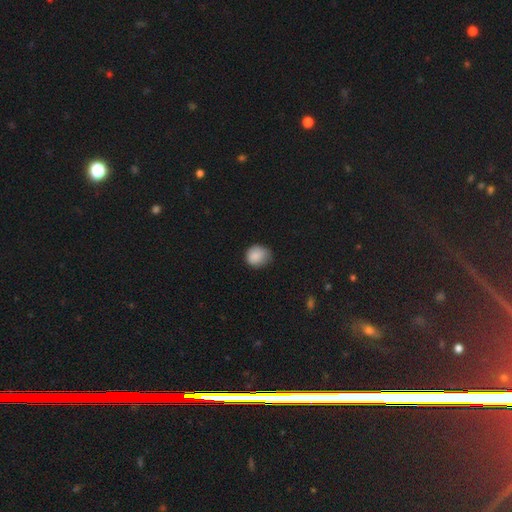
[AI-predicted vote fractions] Smooth or featured: smooth — 87% (star or artifact — 9%)
How rounded: round — 71% (in between — 28%)
Merging: none — 63% (minor disturbance — 30%)